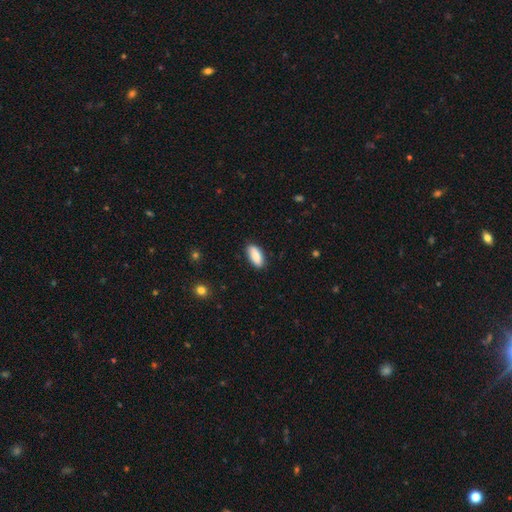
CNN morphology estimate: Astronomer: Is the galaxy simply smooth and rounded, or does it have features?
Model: smooth — 88%.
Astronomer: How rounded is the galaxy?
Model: in between — 87%.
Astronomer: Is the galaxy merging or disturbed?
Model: none — 85%.